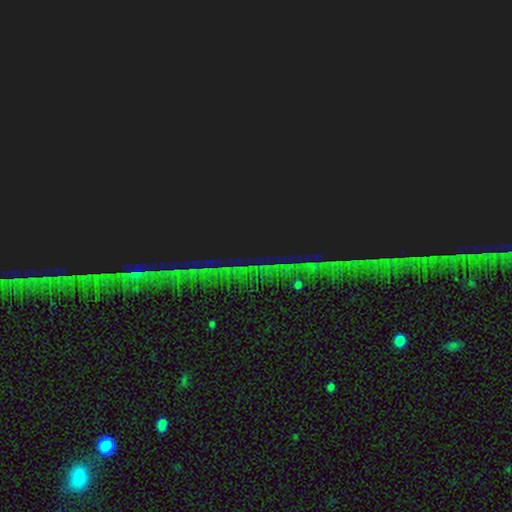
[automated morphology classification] star or artifact 86%, featured or disk 8%, smooth 6%.